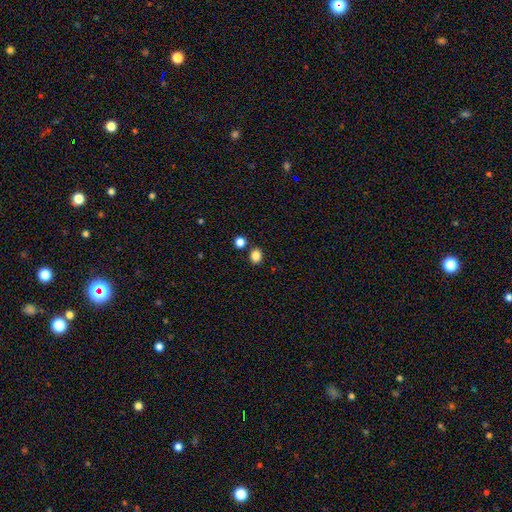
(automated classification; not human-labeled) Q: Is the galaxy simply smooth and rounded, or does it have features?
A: smooth — 85%.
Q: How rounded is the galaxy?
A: round — 59%.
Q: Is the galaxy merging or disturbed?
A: none — 82%.